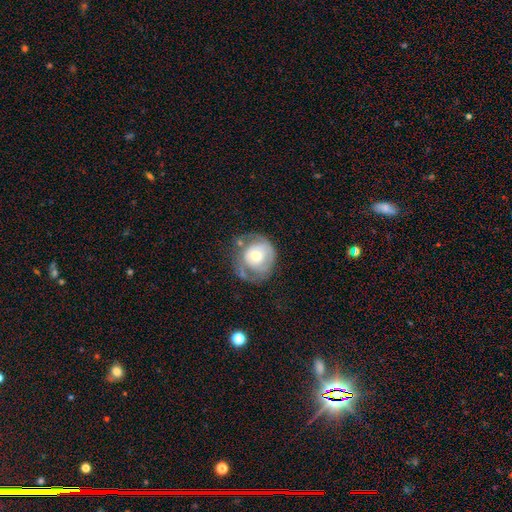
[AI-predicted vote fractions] A featured or disk galaxy (54%) with no bar (78%), no spiral arms (51%) and a moderate central bulge (61%).

Vote fractions:
- Smooth or featured? featured or disk: 54% / smooth: 39% / star or artifact: 7%
- Edge-on disk? no: 96% / yes: 4%
- Bar? no: 78% / weak: 17% / strong: 5%
- Spiral arms? no: 51% / yes: 49%
- Bulge size? moderate: 61% / small: 27% / large: 9% / dominant: 1% / none: 1%
- Merging? none: 44% / minor disturbance: 26% / major disturbance: 25% / merger: 6%